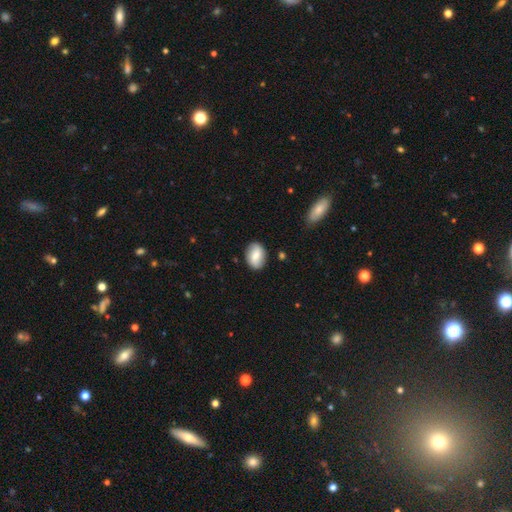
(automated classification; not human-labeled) smooth_or_featured: smooth (p=0.66) [alt: featured or disk p=0.27]
how_rounded: in between (p=0.78) [alt: round p=0.20]
merging: none (p=0.85) [alt: minor disturbance p=0.11]